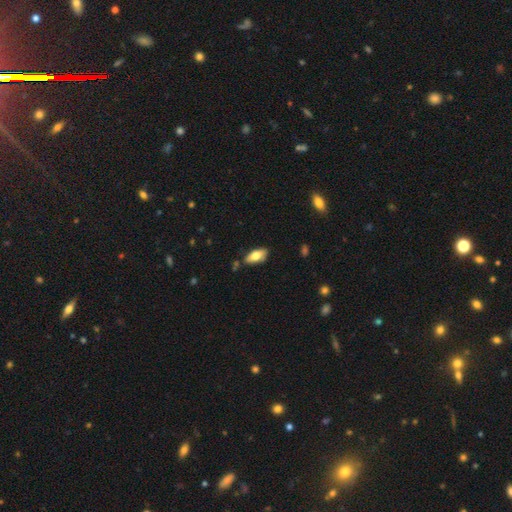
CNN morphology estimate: Smooth or featured? Predicted: smooth (p=0.71). How rounded? Predicted: in between (p=0.86). Merging? Predicted: none (p=0.76).